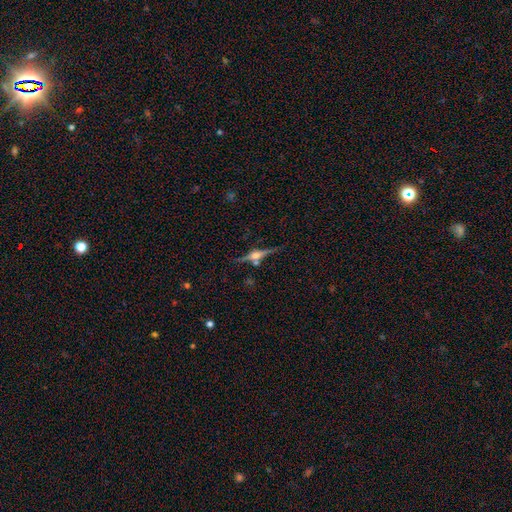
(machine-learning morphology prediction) A featured or disk galaxy (78%) viewed edge-on (97%) with a rounded central bulge (91%).

Vote fractions:
- Smooth or featured? featured or disk: 78% / smooth: 13% / star or artifact: 9%
- Edge-on disk? yes: 97% / no: 3%
- Edge-on bulge? rounded: 91% / boxy: 6% / none: 2%
- Merging? none: 79% / minor disturbance: 11% / merger: 7% / major disturbance: 3%